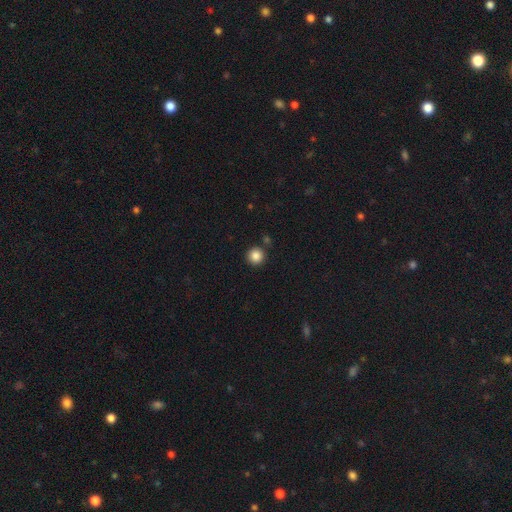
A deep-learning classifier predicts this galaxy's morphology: Smooth or featured?
  - smooth: 86% *
  - star or artifact: 10%
  - featured or disk: 4%
How rounded?
  - round: 95% *
  - in between: 4%
  - cigar-shaped: 1%
Merging?
  - none: 87% *
  - minor disturbance: 6%
  - merger: 5%
  - major disturbance: 2%